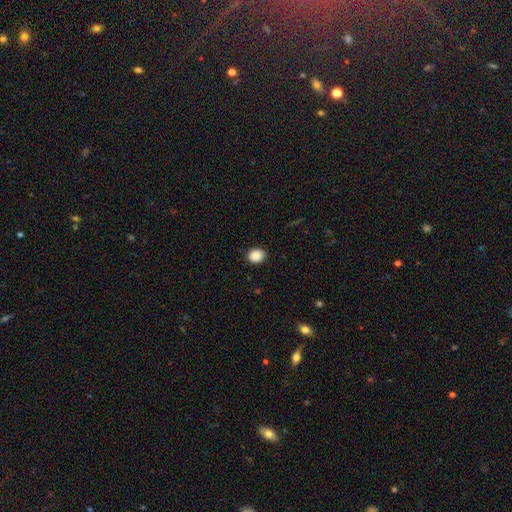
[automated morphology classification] smooth 88%, star or artifact 9%, featured or disk 3%. Down the decision tree: how rounded — round (65%); merging — none (88%).